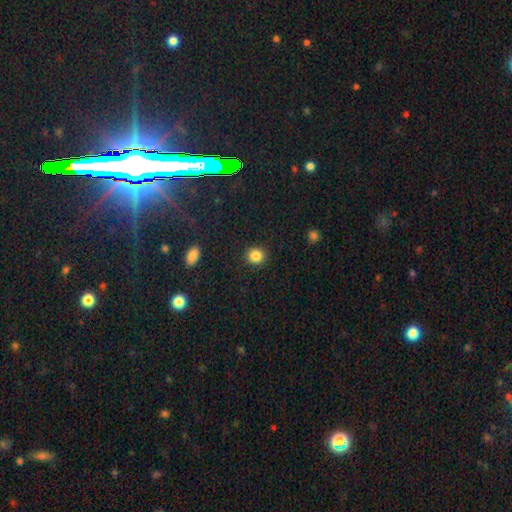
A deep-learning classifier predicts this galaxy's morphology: A smooth galaxy with no disk features (85%) that is round (83%). Merging: none (91%).